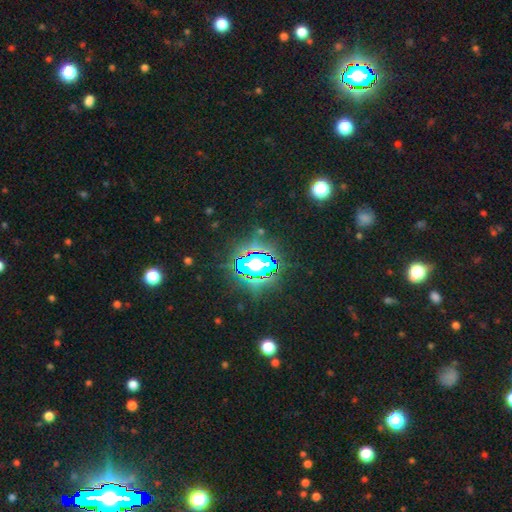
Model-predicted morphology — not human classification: type=star or artifact (82%).